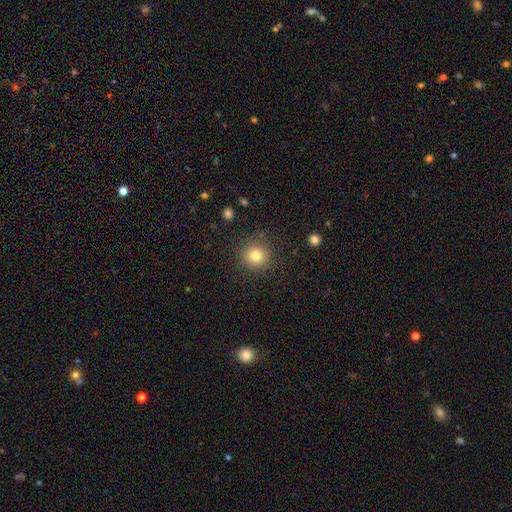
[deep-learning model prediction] Smooth or featured: smooth — 80% (star or artifact — 12%)
How rounded: round — 93% (in between — 6%)
Merging: none — 88% (minor disturbance — 7%)